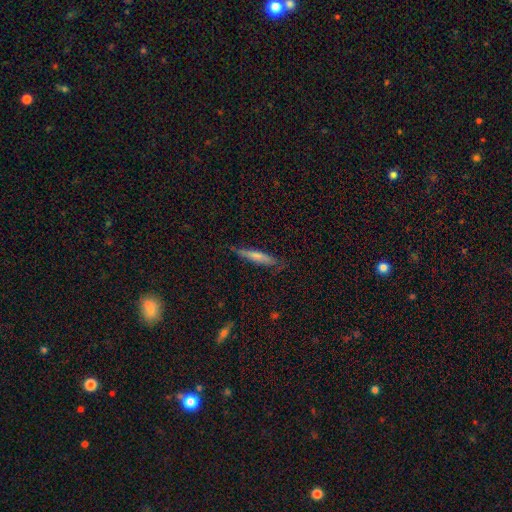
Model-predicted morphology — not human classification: smooth 66%, featured or disk 28%, star or artifact 6%. Down the decision tree: how rounded — cigar-shaped (90%); merging — none (76%).